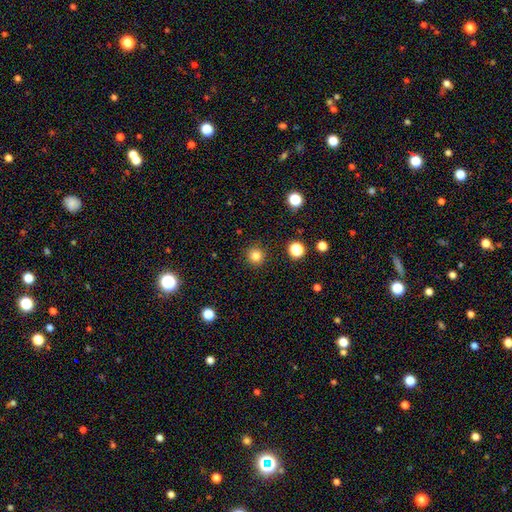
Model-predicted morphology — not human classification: smooth 82%, star or artifact 13%, featured or disk 5%. Down the decision tree: how rounded — round (95%); merging — none (92%).